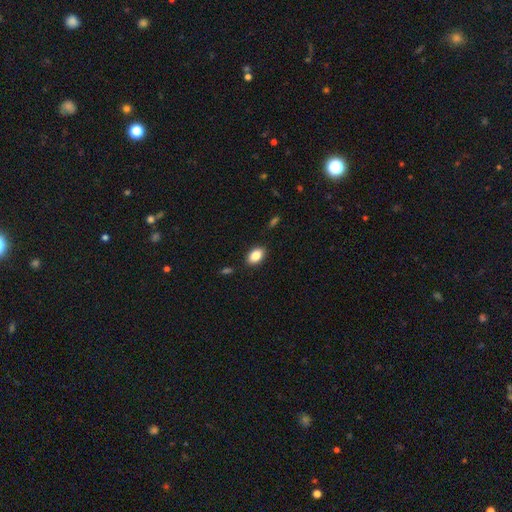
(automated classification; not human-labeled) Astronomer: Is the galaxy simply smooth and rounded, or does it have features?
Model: smooth — 86%.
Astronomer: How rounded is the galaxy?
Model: in between — 89%.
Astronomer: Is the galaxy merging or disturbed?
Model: none — 88%.